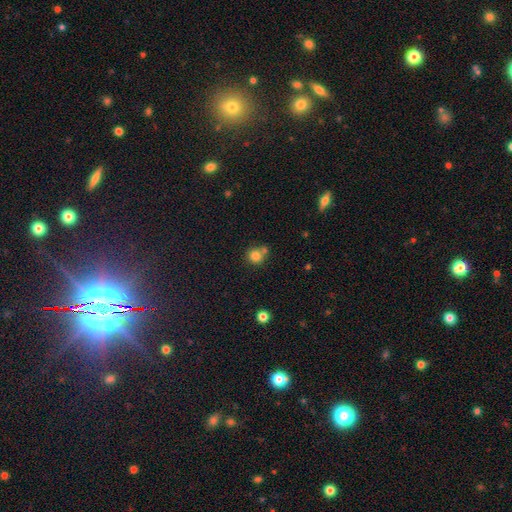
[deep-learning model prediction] Smooth or featured?
  - smooth: 81% *
  - star or artifact: 12%
  - featured or disk: 7%
How rounded?
  - round: 88% *
  - in between: 11%
  - cigar-shaped: 1%
Merging?
  - none: 57% *
  - merger: 29%
  - minor disturbance: 11%
  - major disturbance: 3%